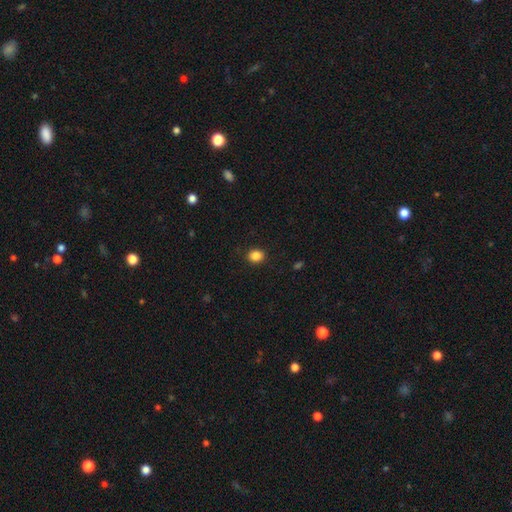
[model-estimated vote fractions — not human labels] Smooth or featured?
  - smooth: 86% *
  - star or artifact: 10%
  - featured or disk: 3%
How rounded?
  - round: 69% *
  - in between: 30%
  - cigar-shaped: 1%
Merging?
  - none: 90% *
  - minor disturbance: 7%
  - major disturbance: 2%
  - merger: 1%